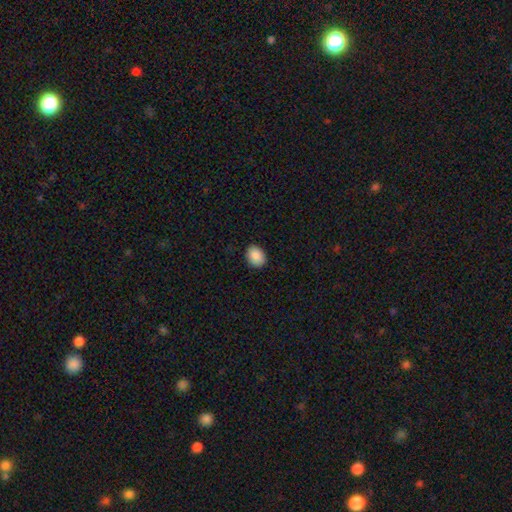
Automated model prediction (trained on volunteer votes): Q: Smooth or featured?
A: smooth (89%); runner-up: star or artifact (8%)
Q: How rounded?
A: in between (61%); runner-up: round (38%)
Q: Merging?
A: none (88%); runner-up: minor disturbance (9%)